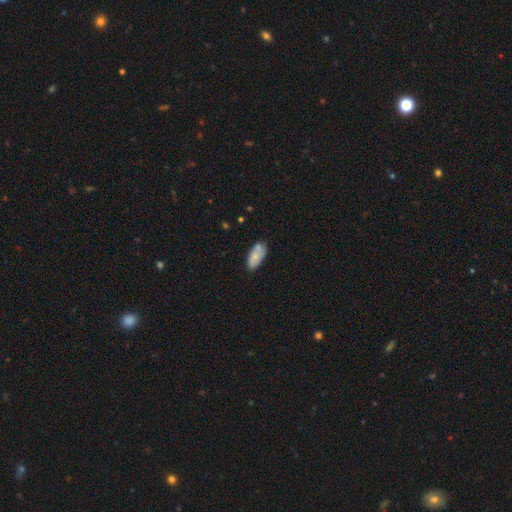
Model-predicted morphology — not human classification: Q: Smooth or featured?
A: smooth (74%); runner-up: featured or disk (19%)
Q: How rounded?
A: in between (87%); runner-up: cigar-shaped (11%)
Q: Merging?
A: none (69%); runner-up: minor disturbance (19%)